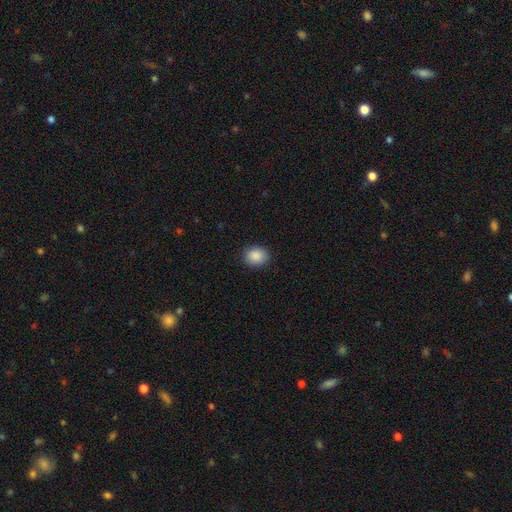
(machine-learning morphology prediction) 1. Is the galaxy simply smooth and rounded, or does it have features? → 89% smooth, 8% star or artifact, 3% featured or disk.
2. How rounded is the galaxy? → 54% round, 45% in between, 1% cigar-shaped.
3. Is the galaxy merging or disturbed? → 88% none, 9% minor disturbance, 2% major disturbance, 1% merger.